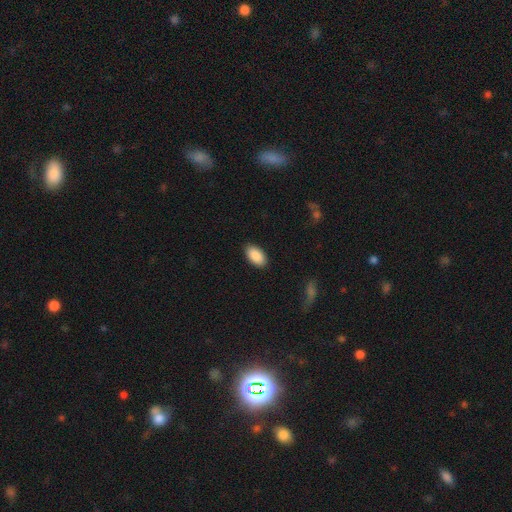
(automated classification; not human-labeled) This appears to be a smooth galaxy with no disk features (90%) that is in between round and cigar-shaped (95%). Merging: none (88%).